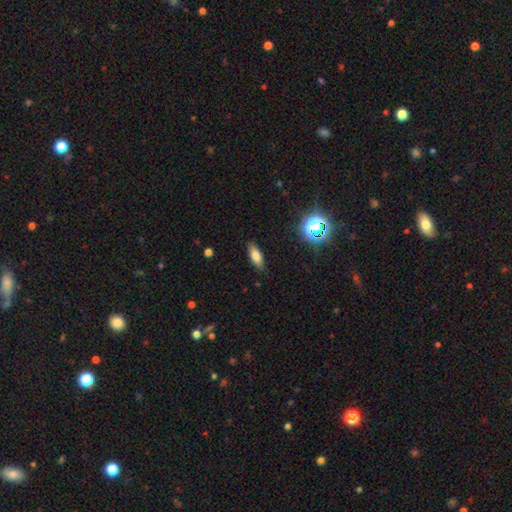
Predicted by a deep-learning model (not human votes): Smooth or featured: smooth — 75% (featured or disk — 14%)
How rounded: in between — 68% (cigar-shaped — 29%)
Merging: none — 87% (minor disturbance — 10%)